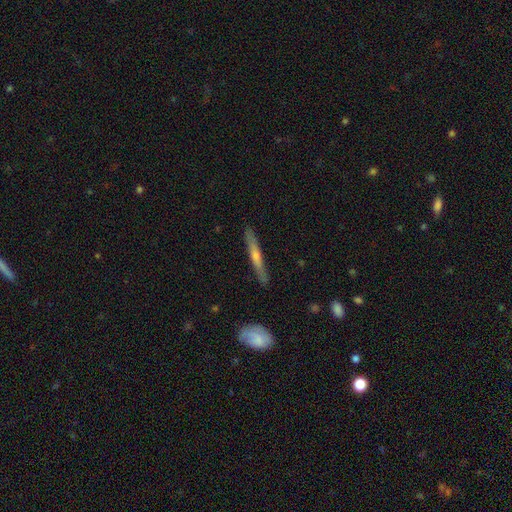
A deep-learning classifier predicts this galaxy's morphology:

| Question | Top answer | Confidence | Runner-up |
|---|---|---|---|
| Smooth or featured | featured or disk | 63% | smooth (28%) |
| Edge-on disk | yes | 94% | no (6%) |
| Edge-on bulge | rounded | 78% | none (17%) |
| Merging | none | 88% | minor disturbance (8%) |